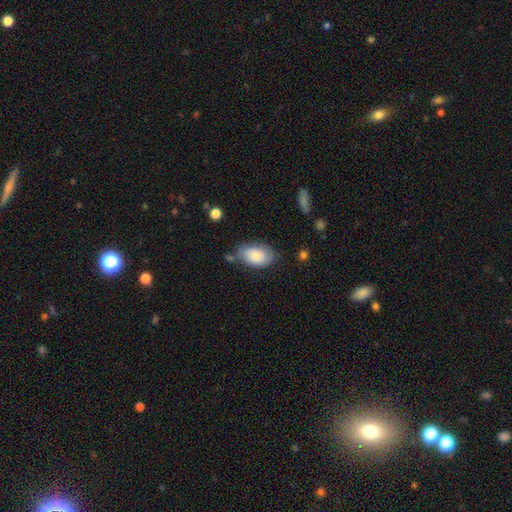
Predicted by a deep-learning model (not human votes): smooth-or-featured: smooth: 81% | featured or disk: 12% | star or artifact: 6%
  how-rounded: in between: 93% | round: 6% | cigar-shaped: 2%
  merging: none: 69% | minor disturbance: 21% | major disturbance: 5% | merger: 5%